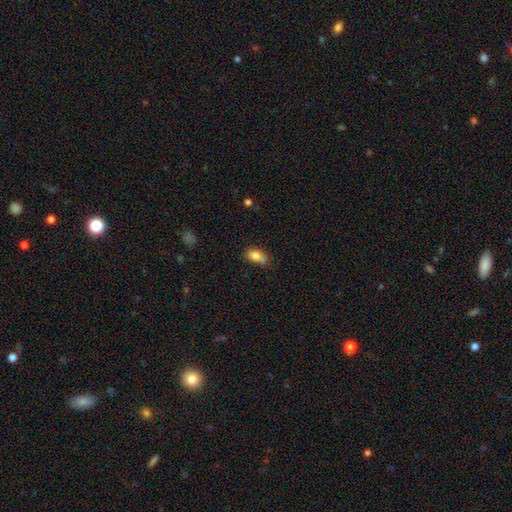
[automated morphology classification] Smooth or featured? Predicted: smooth (p=0.81). How rounded? Predicted: in between (p=0.83). Merging? Predicted: none (p=0.46).